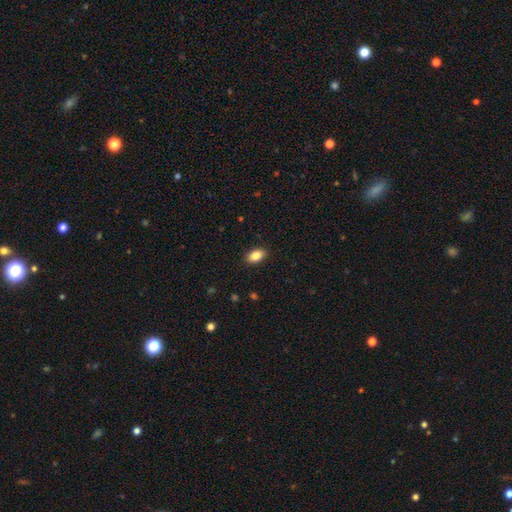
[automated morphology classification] type=smooth (86%); roundness=in between (90%); merging=none (89%).